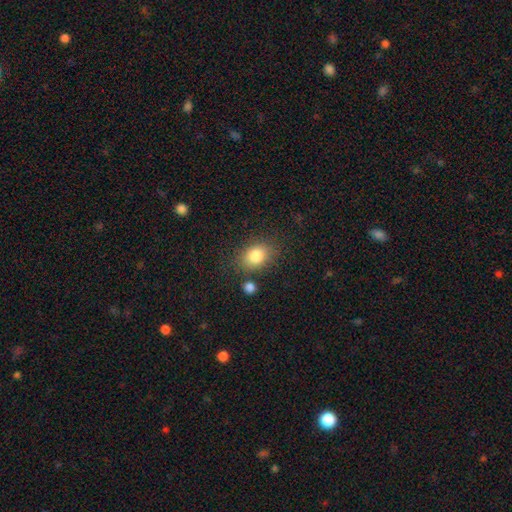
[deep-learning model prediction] Overall: smooth (83%). How rounded: in between (72%). Merging: none (75%).